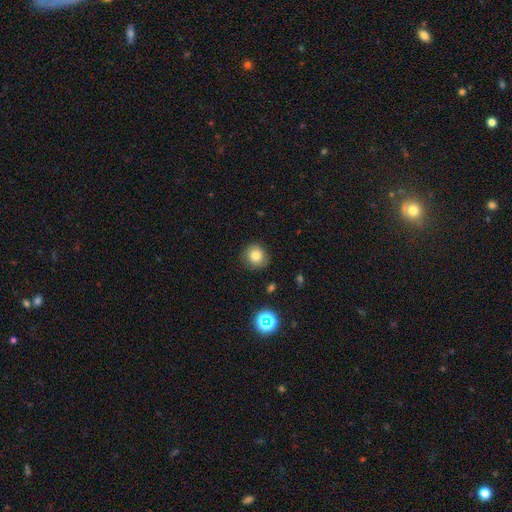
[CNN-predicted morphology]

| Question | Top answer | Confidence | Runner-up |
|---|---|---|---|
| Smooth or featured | smooth | 79% | star or artifact (13%) |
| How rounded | round | 89% | in between (10%) |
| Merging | none | 87% | minor disturbance (9%) |